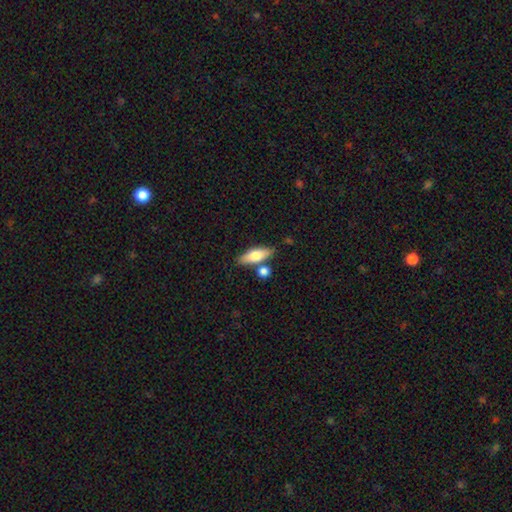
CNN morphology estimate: This appears to be a smooth galaxy with no disk features (69%) that is in between round and cigar-shaped (63%). Merging: none (70%).